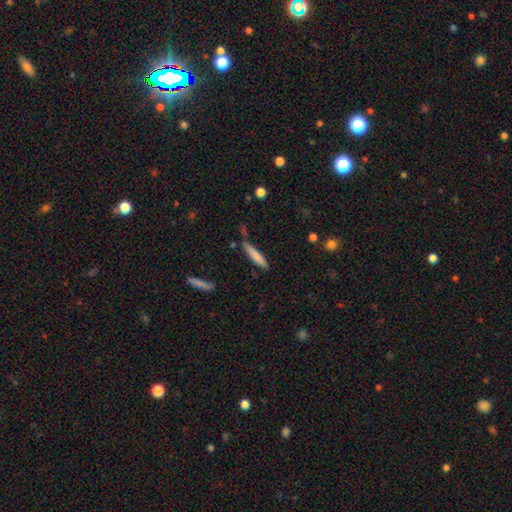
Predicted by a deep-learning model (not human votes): Smooth or featured?
  - smooth: 77% *
  - featured or disk: 17%
  - star or artifact: 7%
How rounded?
  - cigar-shaped: 88% *
  - in between: 11%
  - round: 1%
Merging?
  - none: 65% *
  - minor disturbance: 23%
  - merger: 7%
  - major disturbance: 5%